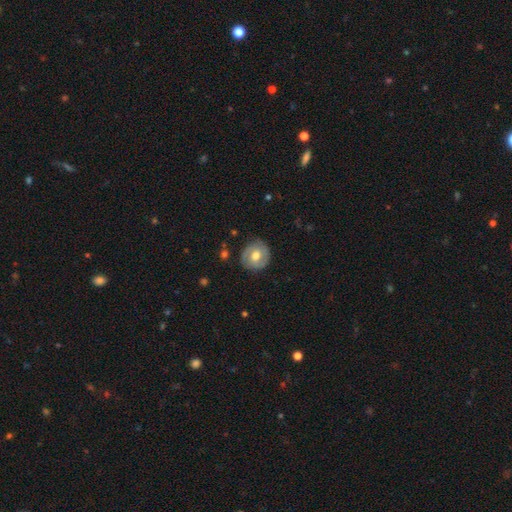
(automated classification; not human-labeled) smooth-or-featured: smooth: 47% (tied) | featured or disk: 47% (tied) | star or artifact: 6%
  merging: none: 82% | minor disturbance: 13% | major disturbance: 4% | merger: 1%